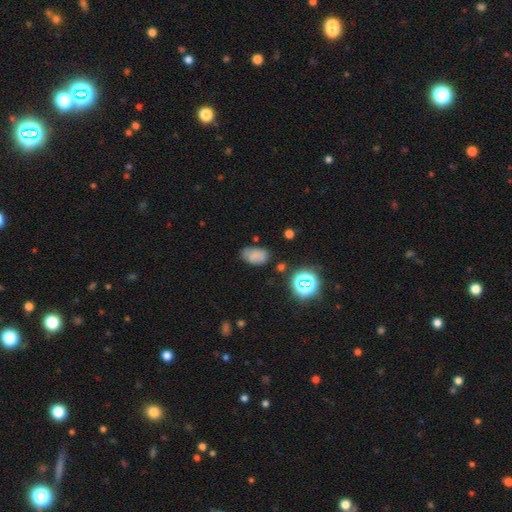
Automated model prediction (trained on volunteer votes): smooth-or-featured: smooth: 74% | star or artifact: 16% | featured or disk: 10%
  how-rounded: in between: 88% | round: 11% | cigar-shaped: 1%
  merging: none: 70% | minor disturbance: 21% | major disturbance: 6% | merger: 3%